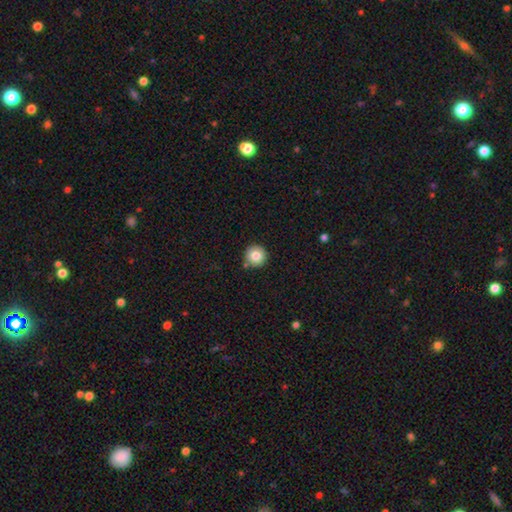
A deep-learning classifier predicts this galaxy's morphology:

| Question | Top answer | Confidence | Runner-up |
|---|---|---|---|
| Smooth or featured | smooth | 81% | featured or disk (10%) |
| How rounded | round | 95% | in between (4%) |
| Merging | none | 86% | minor disturbance (8%) |